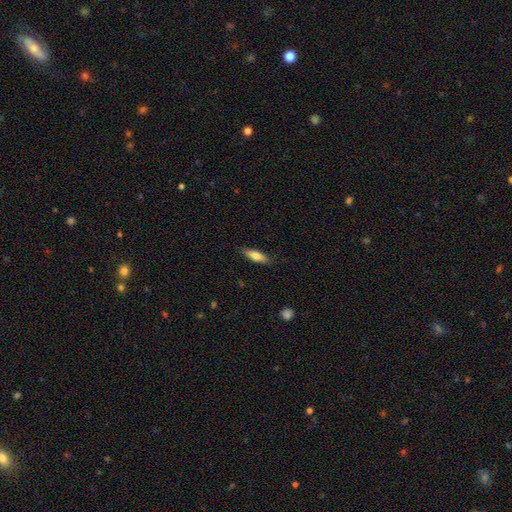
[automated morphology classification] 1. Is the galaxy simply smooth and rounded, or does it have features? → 72% smooth, 22% featured or disk, 6% star or artifact.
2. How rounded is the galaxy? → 52% cigar-shaped, 46% in between, 2% round.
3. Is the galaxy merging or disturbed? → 85% none, 12% minor disturbance, 2% major disturbance, 1% merger.